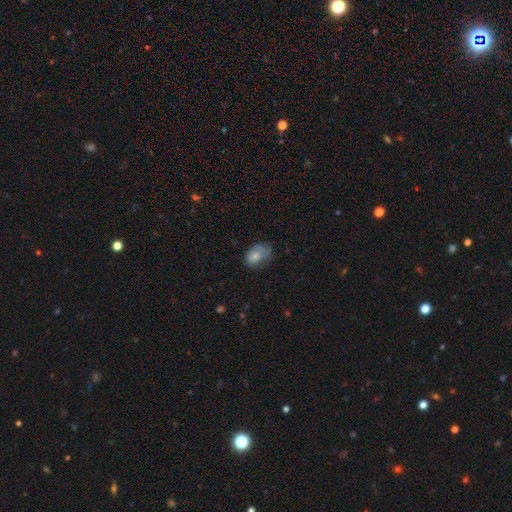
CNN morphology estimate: smooth 76%, featured or disk 16%, star or artifact 8%. Down the decision tree: how rounded — in between (85%); merging — none (41%).